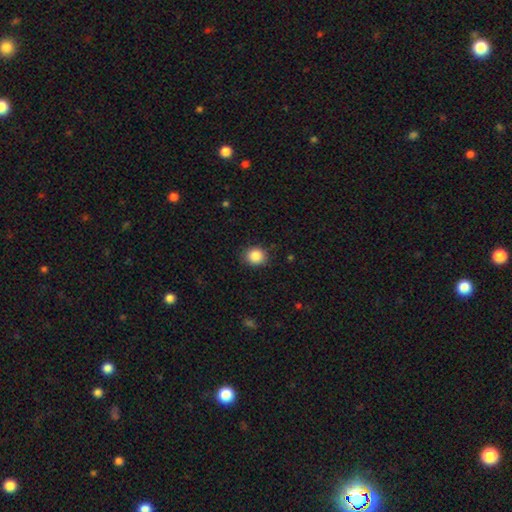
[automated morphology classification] This is clearly a smooth galaxy (86%). How rounded: likely round (74%). Merging: clearly none (88%).